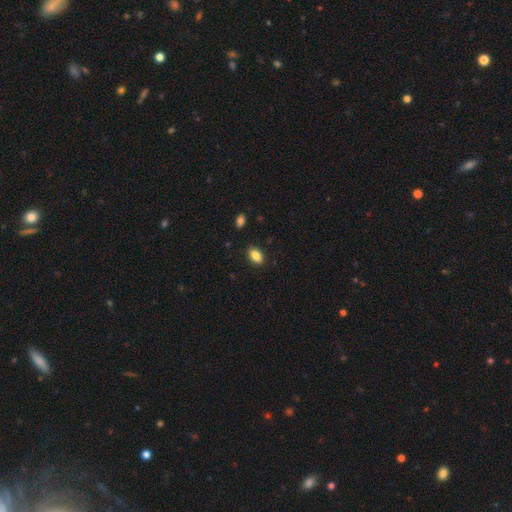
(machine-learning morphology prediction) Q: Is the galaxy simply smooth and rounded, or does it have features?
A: smooth — 86%.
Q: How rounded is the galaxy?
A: in between — 89%.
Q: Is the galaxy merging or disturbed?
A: none — 88%.